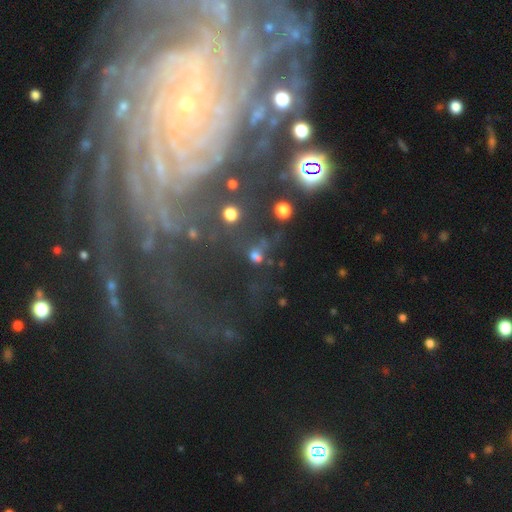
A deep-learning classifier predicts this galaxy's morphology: The model was most divided on "smooth or featured": smooth: 58%, star or artifact: 28%, featured or disk: 14%. Remaining: how rounded — round (66%); merging — none (49%).